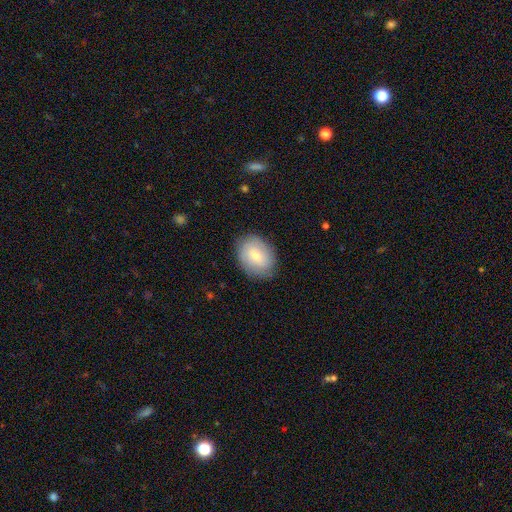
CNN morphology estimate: This appears to be a smooth galaxy with no disk features (62%) that is in between round and cigar-shaped (73%). Merging: none (82%).